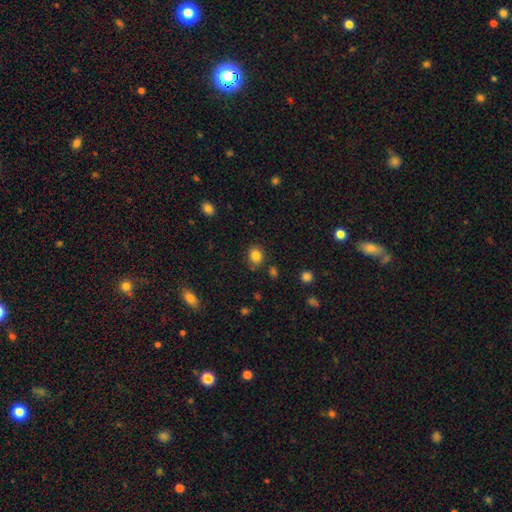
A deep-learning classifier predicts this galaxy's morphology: This appears to be a smooth galaxy with no disk features (84%) that is round (66%). Merging: none (83%).